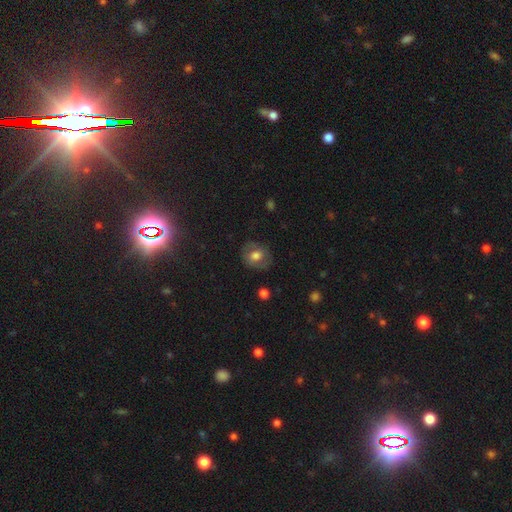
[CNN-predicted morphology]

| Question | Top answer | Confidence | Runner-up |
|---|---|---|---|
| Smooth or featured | smooth | 63% | featured or disk (28%) |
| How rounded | round | 67% | in between (32%) |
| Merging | none | 77% | minor disturbance (16%) |